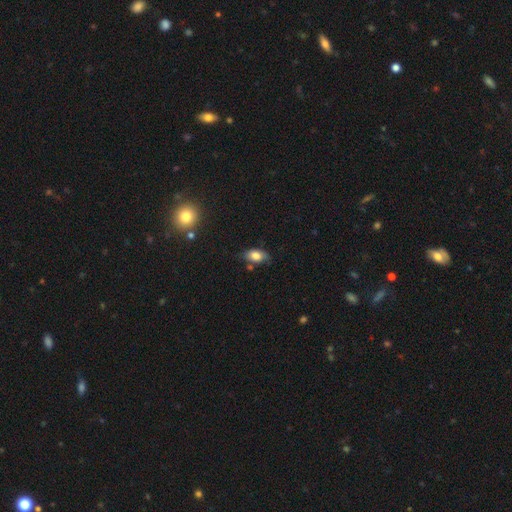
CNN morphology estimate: Smooth or featured: smooth — 78% (featured or disk — 13%)
How rounded: in between — 90% (round — 7%)
Merging: none — 65% (minor disturbance — 25%)